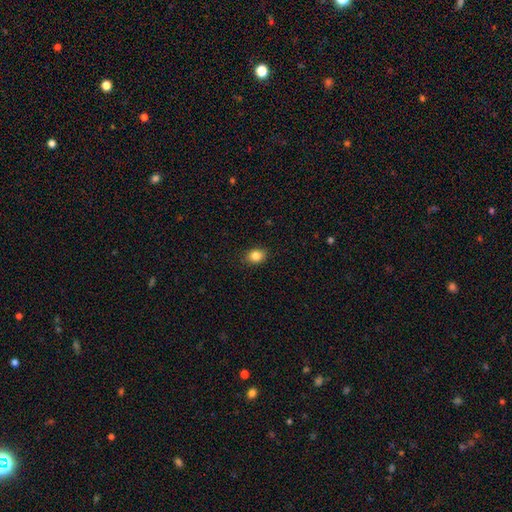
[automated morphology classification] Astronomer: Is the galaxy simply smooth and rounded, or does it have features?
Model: smooth — 85%.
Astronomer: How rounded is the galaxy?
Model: in between — 56% (runner-up: round, 43%).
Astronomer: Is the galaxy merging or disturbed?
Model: none — 87%.